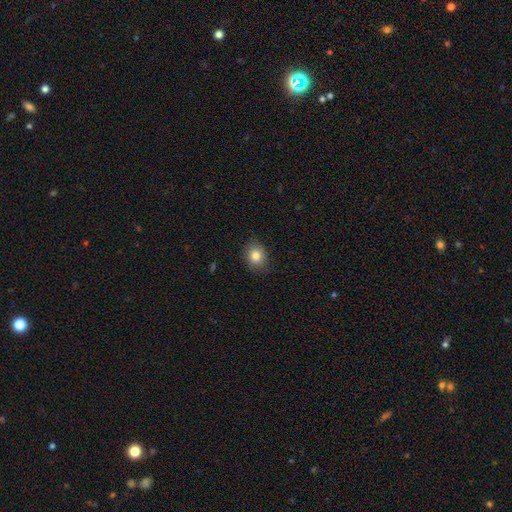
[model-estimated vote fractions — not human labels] Q: Smooth or featured?
A: smooth (83%); runner-up: star or artifact (10%)
Q: How rounded?
A: round (57%); runner-up: in between (42%)
Q: Merging?
A: none (84%); runner-up: minor disturbance (12%)